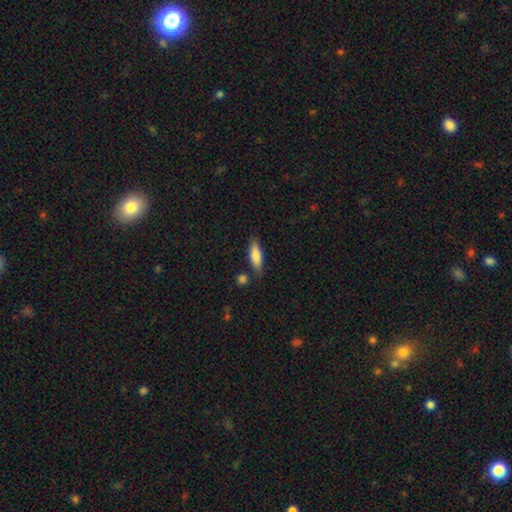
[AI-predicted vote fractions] Smooth or featured: smooth — 79% (featured or disk — 14%)
How rounded: cigar-shaped — 51% (in between — 47%)
Merging: none — 79% (minor disturbance — 14%)